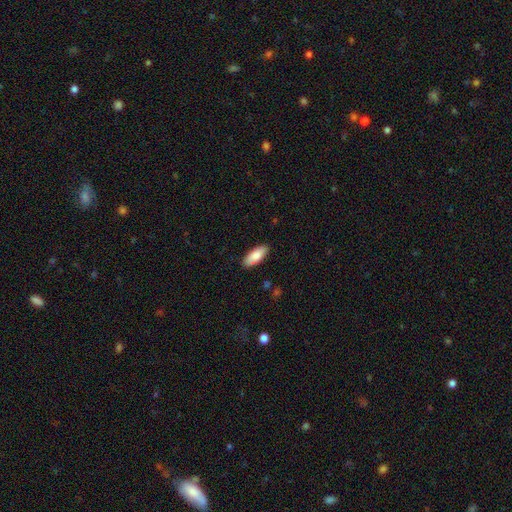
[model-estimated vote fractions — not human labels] Morphology: type=smooth (83%); roundness=in between (82%); merging=none (88%).